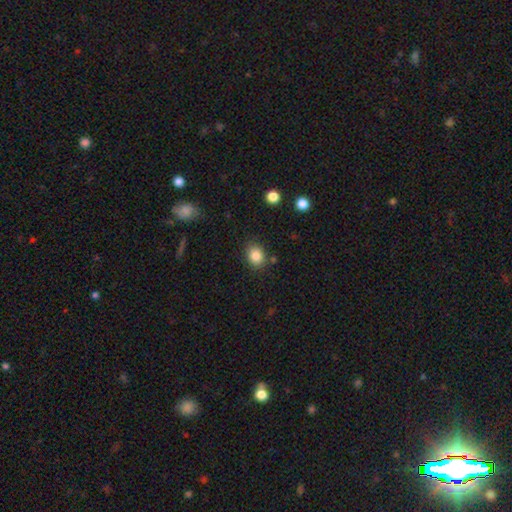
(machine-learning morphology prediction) A smooth galaxy with no disk features (85%) that is round (53%). Merging: none (81%).